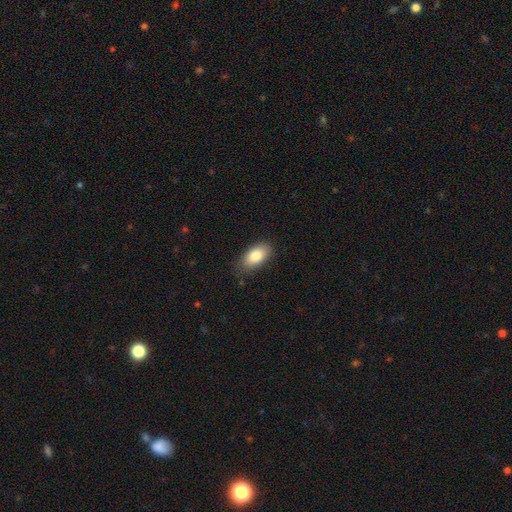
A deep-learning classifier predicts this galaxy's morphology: The model was most divided on "merging": none: 79%, minor disturbance: 16%, major disturbance: 3%, merger: 1%. More confident: how rounded — in between (92%); smooth or featured — smooth (83%).